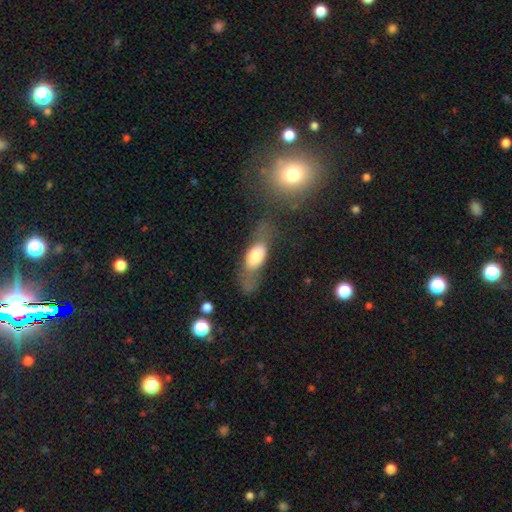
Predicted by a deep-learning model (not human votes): A smooth galaxy with no disk features (62%) that is in between round and cigar-shaped (73%).

Vote fractions:
- Smooth or featured? smooth: 62% / featured or disk: 30% / star or artifact: 8%
- How rounded? in between: 73% / cigar-shaped: 20% / round: 7%
- Merging? none: 43% / major disturbance: 26% / minor disturbance: 23% / merger: 9%